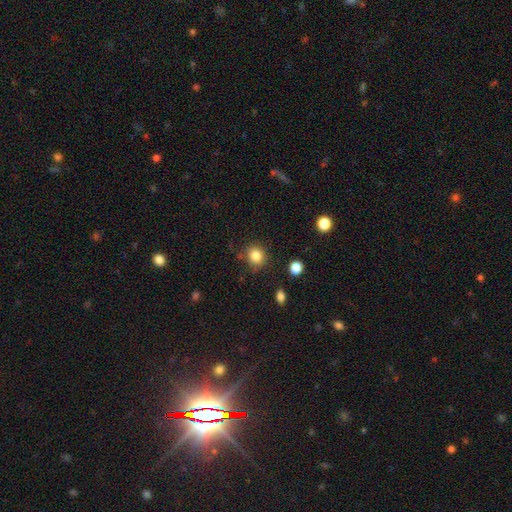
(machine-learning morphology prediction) Overall: smooth (84%). How rounded: round (85%). Merging: none (83%).